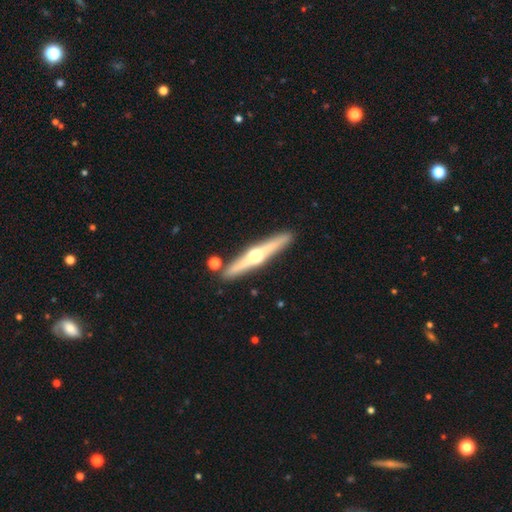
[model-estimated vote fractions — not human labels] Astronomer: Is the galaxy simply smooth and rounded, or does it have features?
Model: featured or disk — 77%.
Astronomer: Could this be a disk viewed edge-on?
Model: yes — 98%.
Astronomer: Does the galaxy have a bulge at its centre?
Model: rounded — 96%.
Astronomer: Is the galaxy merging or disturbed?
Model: none — 88%.